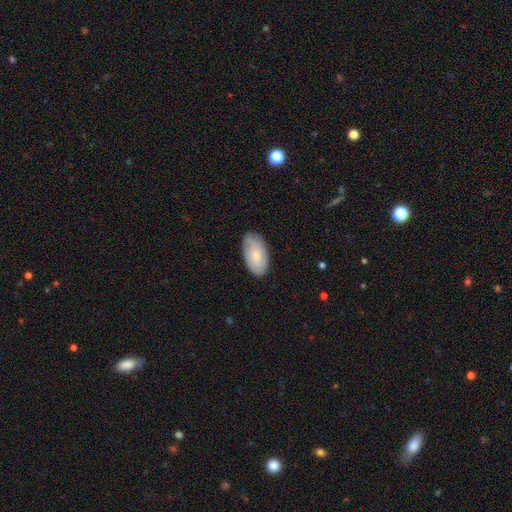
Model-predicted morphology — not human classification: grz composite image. It shows a smooth galaxy with no disk features (74%) that is in between round and cigar-shaped (95%). Merging: none (82%).